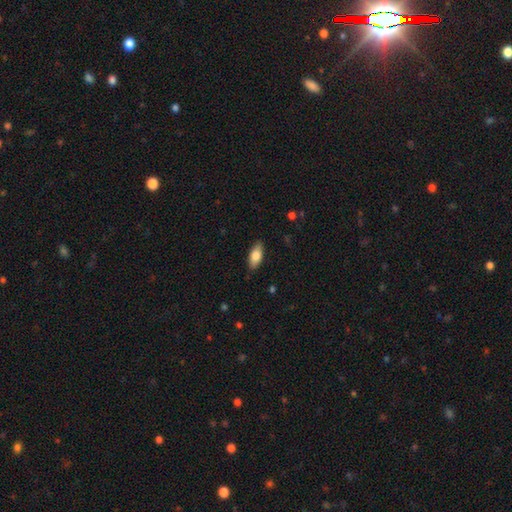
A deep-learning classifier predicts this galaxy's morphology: This appears to be a smooth galaxy with no disk features (79%) that is in between round and cigar-shaped (85%). Merging: none (85%).